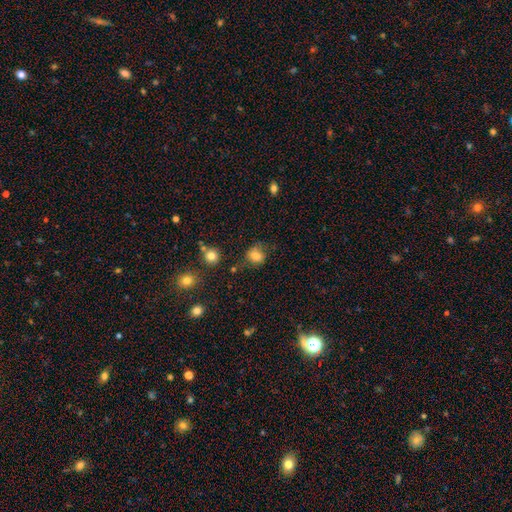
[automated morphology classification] A smooth galaxy with no disk features (76%) that is round (58%). Merging: none (59%).